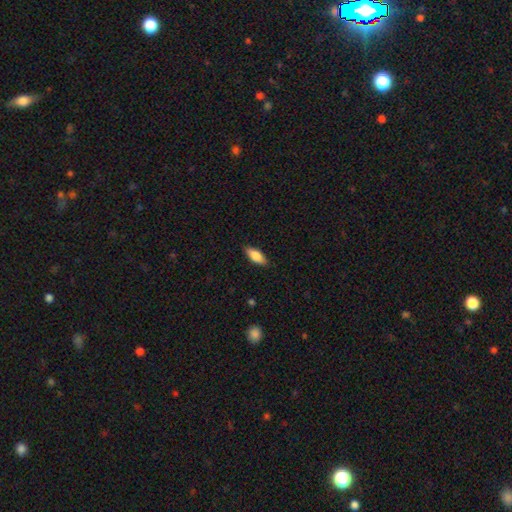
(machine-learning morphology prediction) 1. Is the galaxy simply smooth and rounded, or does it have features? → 82% smooth, 12% featured or disk, 6% star or artifact.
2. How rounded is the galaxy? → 79% in between, 19% cigar-shaped, 2% round.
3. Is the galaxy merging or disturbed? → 87% none, 10% minor disturbance, 2% major disturbance, 1% merger.